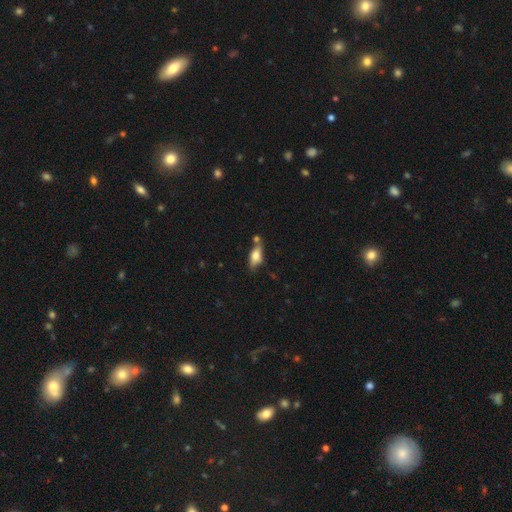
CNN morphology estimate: Smooth or featured? Predicted: smooth (p=0.66). How rounded? Predicted: in between (p=0.74). Merging? Predicted: none (p=0.61).